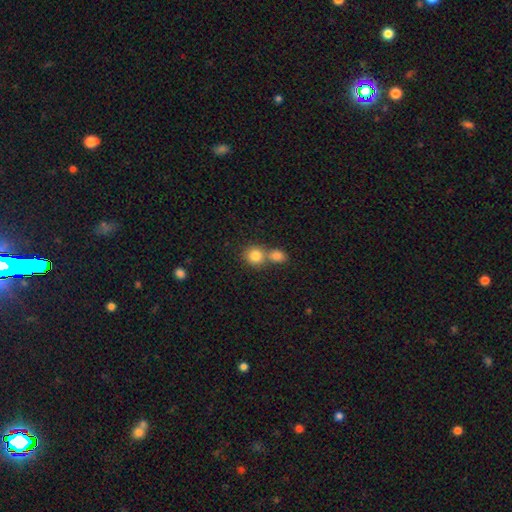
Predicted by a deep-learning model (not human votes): The model was most divided on "merging": merger: 47%, none: 44%, minor disturbance: 6%, major disturbance: 2%. More confident: how rounded — round (85%); smooth or featured — smooth (83%).